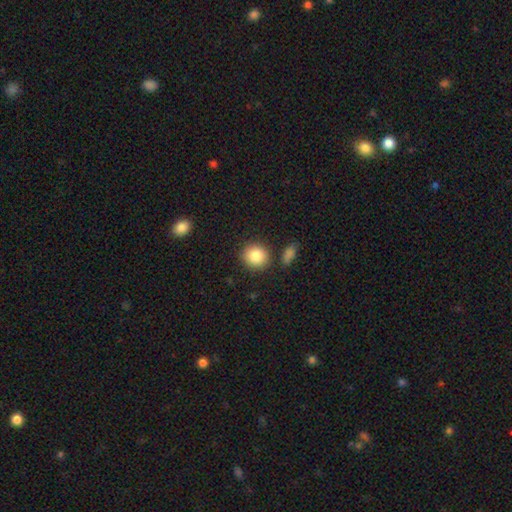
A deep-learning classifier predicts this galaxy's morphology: This is clearly a smooth galaxy (86%). How rounded: clearly round (86%). Merging: clearly none (84%).